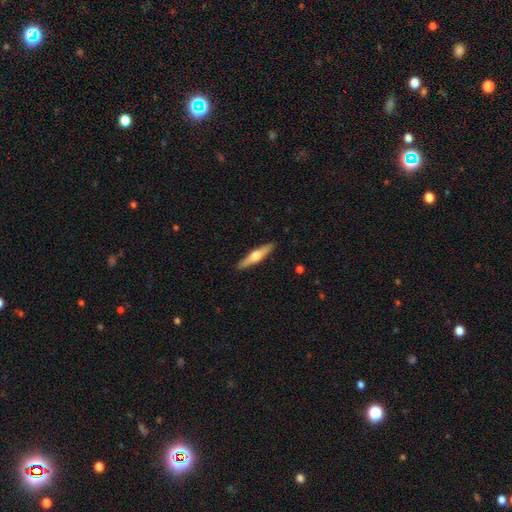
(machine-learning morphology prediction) smooth_or_featured: featured or disk (p=0.54) [alt: smooth p=0.41]
disk_edge_on: yes (p=0.95) [alt: no p=0.05]
edge_on_bulge: rounded (p=0.93) [alt: none p=0.04]
merging: none (p=0.91) [alt: minor disturbance p=0.07]